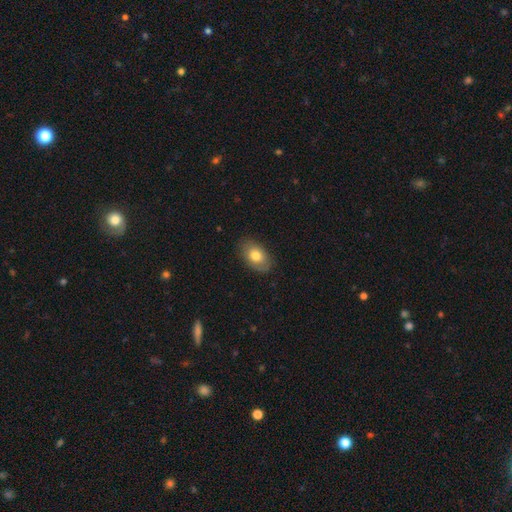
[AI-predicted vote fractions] Morphology: type=smooth (74%); roundness=in between (87%); merging=none (81%).